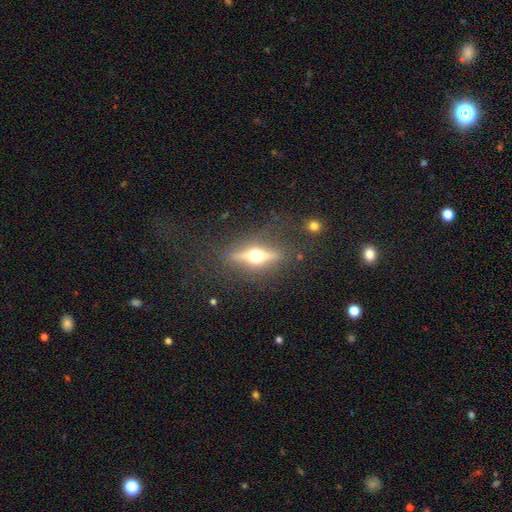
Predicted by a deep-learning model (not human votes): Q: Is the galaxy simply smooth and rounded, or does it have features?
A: featured or disk — 75%.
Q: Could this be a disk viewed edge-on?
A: yes — 93%.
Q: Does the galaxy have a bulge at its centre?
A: rounded — 97%.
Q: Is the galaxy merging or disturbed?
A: none — 85%.